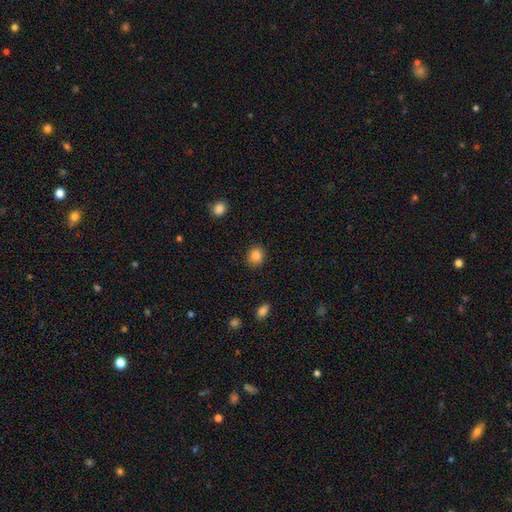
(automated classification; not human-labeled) Q: Smooth or featured?
A: smooth (85%); runner-up: star or artifact (10%)
Q: How rounded?
A: round (77%); runner-up: in between (22%)
Q: Merging?
A: none (89%); runner-up: minor disturbance (8%)